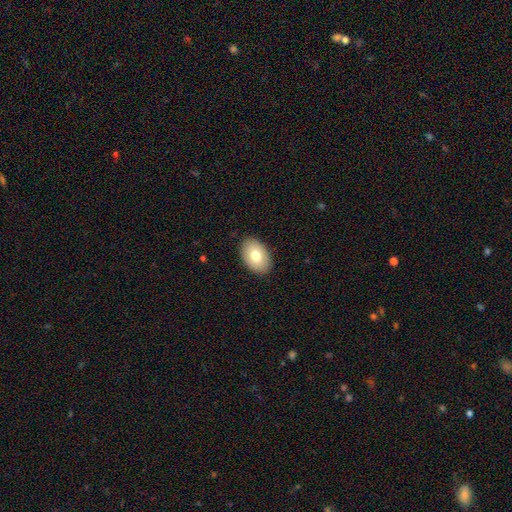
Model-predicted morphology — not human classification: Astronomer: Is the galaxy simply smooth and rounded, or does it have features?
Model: smooth — 77%.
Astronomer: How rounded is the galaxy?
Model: in between — 89%.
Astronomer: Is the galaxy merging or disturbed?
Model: none — 89%.